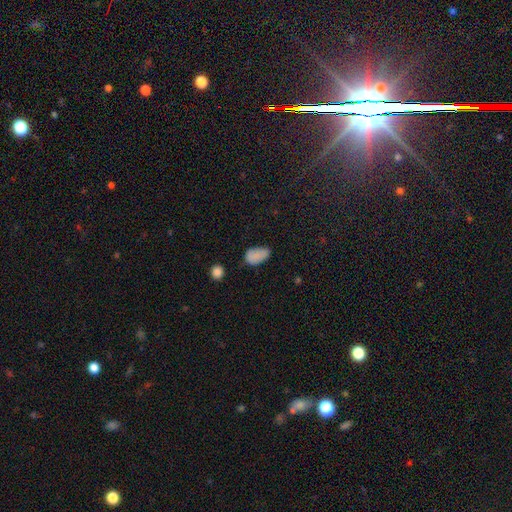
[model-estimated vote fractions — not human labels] smooth 82%, star or artifact 11%, featured or disk 7%. Down the decision tree: how rounded — in between (92%); merging — none (51%).